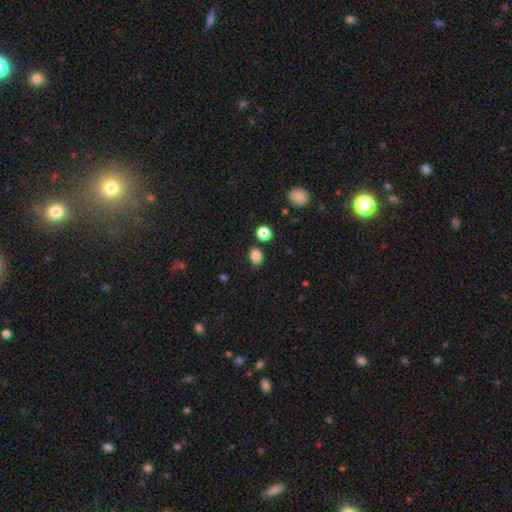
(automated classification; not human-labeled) Overall: smooth (85%). How rounded: in between (56%; round 43%). Merging: none (81%).